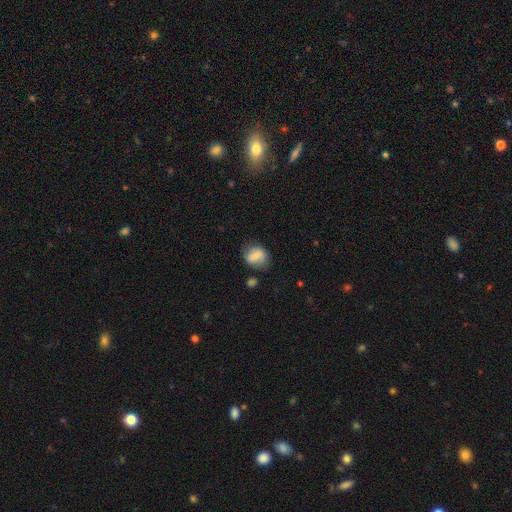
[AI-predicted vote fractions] Overall: smooth (61%; featured or disk 31%). How rounded: round (54%; in between 44%). Merging: none (66%).